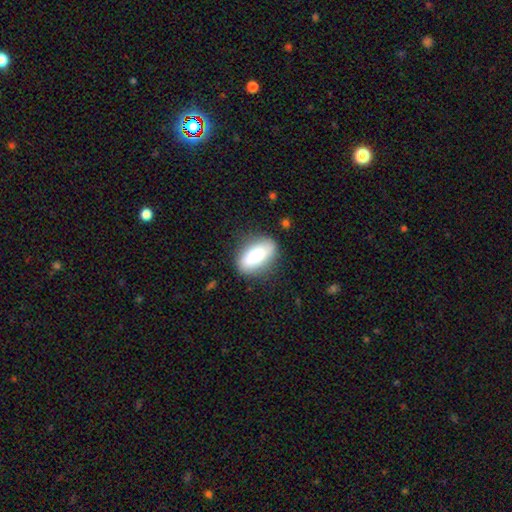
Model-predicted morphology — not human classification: The model was most divided on "merging": none: 78%, minor disturbance: 15%, major disturbance: 5%, merger: 2%. More confident: how rounded — in between (83%); smooth or featured — smooth (80%).